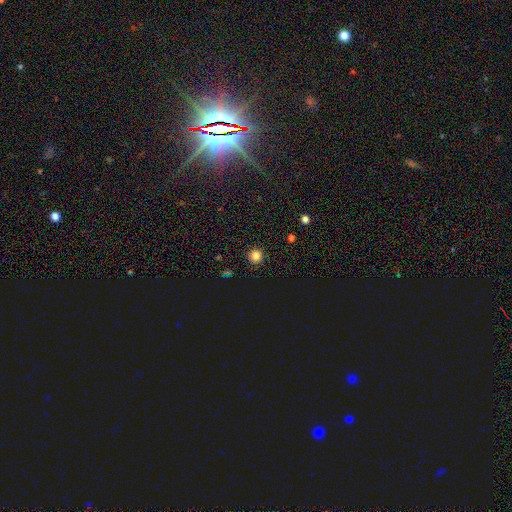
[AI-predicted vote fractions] The model was most divided on "smooth or featured": smooth: 82%, star or artifact: 14%, featured or disk: 4%. More confident: how rounded — round (95%); merging — none (92%).